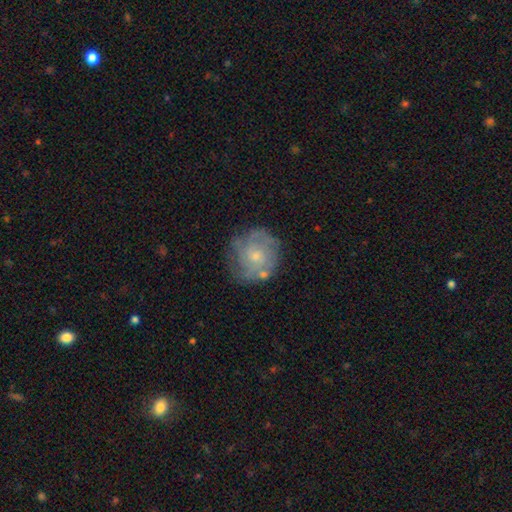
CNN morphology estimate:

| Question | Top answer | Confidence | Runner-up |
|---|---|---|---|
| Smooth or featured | featured or disk | 66% | smooth (26%) |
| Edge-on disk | no | 98% | yes (2%) |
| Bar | no | 77% | weak (21%) |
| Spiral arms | yes | 81% | no (19%) |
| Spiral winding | tight | 56% | medium (32%) |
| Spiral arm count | can't tell | 42% | 3 (20%) |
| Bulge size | small | 63% | moderate (31%) |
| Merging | none | 70% | minor disturbance (18%) |